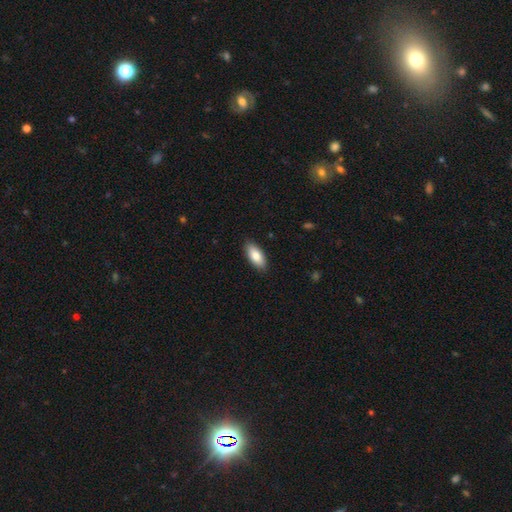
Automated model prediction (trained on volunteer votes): Overall: smooth (84%). How rounded: in between (87%). Merging: none (89%).